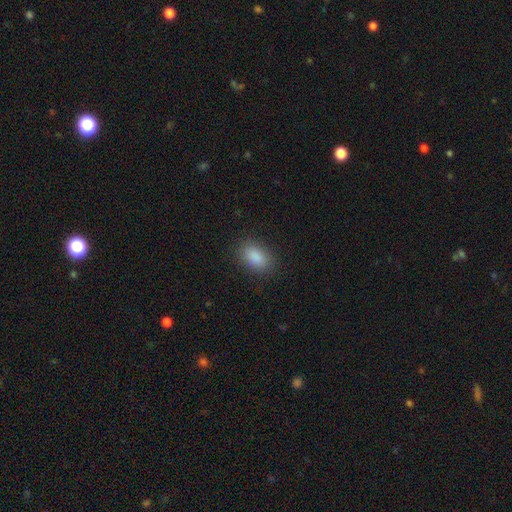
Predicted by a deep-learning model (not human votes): Smooth or featured?
  - smooth: 87% *
  - star or artifact: 9%
  - featured or disk: 4%
How rounded?
  - in between: 88% *
  - round: 10%
  - cigar-shaped: 2%
Merging?
  - none: 87% *
  - minor disturbance: 9%
  - major disturbance: 3%
  - merger: 1%